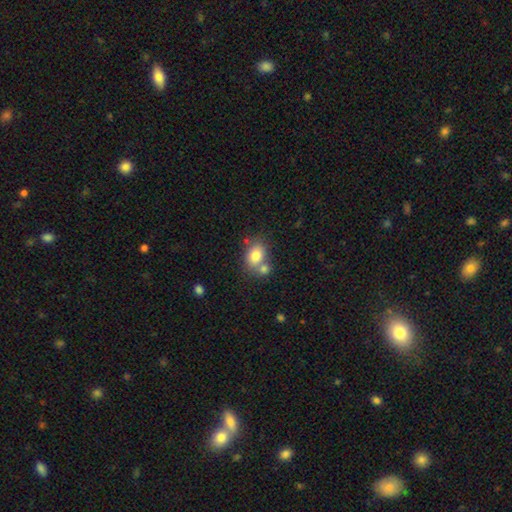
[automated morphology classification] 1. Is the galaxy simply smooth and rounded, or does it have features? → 80% smooth, 11% featured or disk, 9% star or artifact.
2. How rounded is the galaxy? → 65% in between, 34% round, 1% cigar-shaped.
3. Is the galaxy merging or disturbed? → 50% none, 34% merger, 12% minor disturbance, 4% major disturbance.